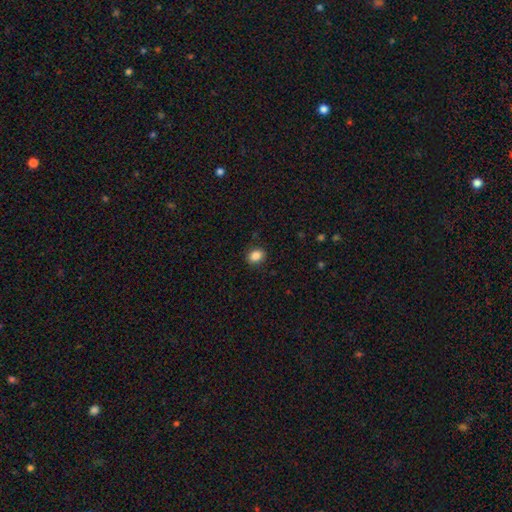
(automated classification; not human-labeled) A smooth galaxy with no disk features (86%) that is in between round and cigar-shaped (62%). Merging: none (88%).